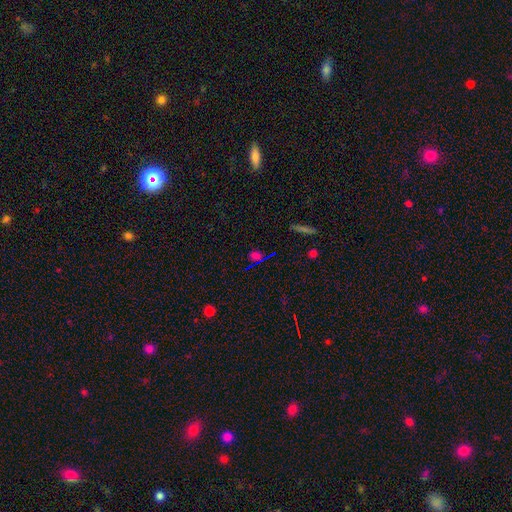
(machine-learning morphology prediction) smooth-or-featured: star or artifact: 56% | smooth: 35% | featured or disk: 10%